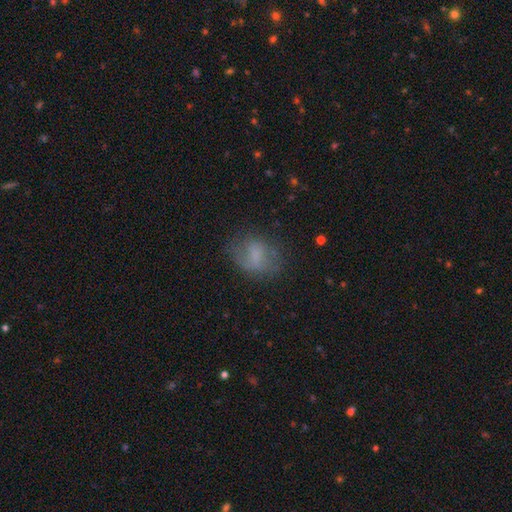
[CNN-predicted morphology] type=smooth (57%); roundness=in between (60%); merging=none (59%).